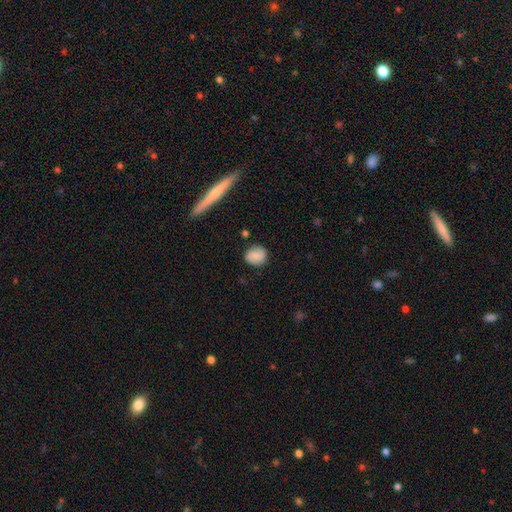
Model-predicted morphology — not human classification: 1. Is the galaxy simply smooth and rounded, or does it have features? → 73% smooth, 18% featured or disk, 9% star or artifact.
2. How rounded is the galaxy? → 78% round, 20% in between, 2% cigar-shaped.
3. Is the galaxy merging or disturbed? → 81% none, 13% minor disturbance, 3% major disturbance, 2% merger.